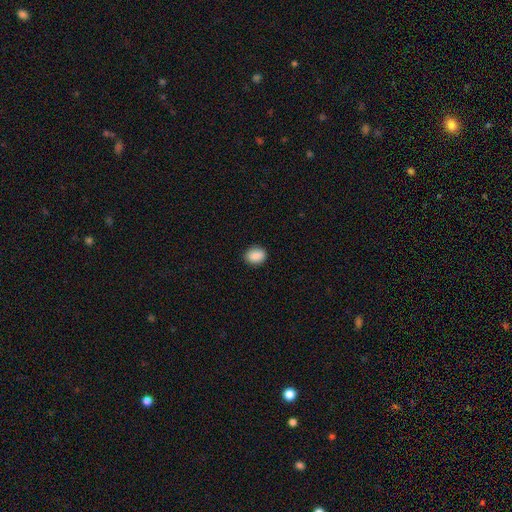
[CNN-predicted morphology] A smooth galaxy with no disk features (89%) that is in between round and cigar-shaped (53%). Merging: none (89%).